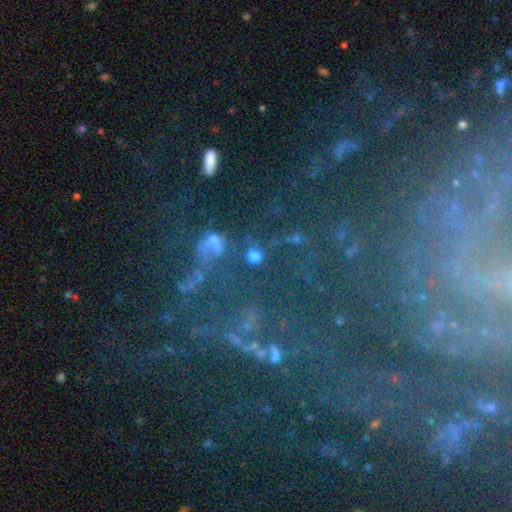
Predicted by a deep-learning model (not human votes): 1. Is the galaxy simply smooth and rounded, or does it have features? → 57% smooth, 31% star or artifact, 13% featured or disk.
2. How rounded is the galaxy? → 85% round, 13% in between, 2% cigar-shaped.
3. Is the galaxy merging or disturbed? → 67% none, 12% minor disturbance, 11% merger, 10% major disturbance.